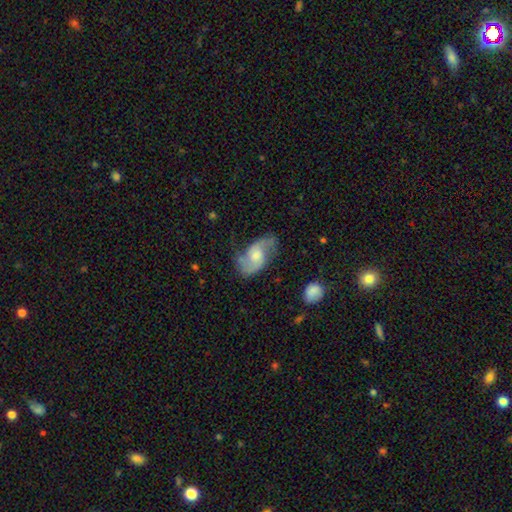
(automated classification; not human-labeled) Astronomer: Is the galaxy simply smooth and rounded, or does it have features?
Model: featured or disk — 78%.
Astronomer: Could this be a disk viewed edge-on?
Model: no — 96%.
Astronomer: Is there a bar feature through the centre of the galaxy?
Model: no — 57% (runner-up: weak, 37%).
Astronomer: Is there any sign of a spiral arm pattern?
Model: yes — 94%.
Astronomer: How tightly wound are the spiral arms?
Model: medium — 45% (runner-up: loose, 42%).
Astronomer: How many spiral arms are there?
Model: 2 — 89%.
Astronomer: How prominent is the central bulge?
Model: moderate — 55% (runner-up: small, 30%).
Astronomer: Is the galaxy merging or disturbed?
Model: none — 65%.